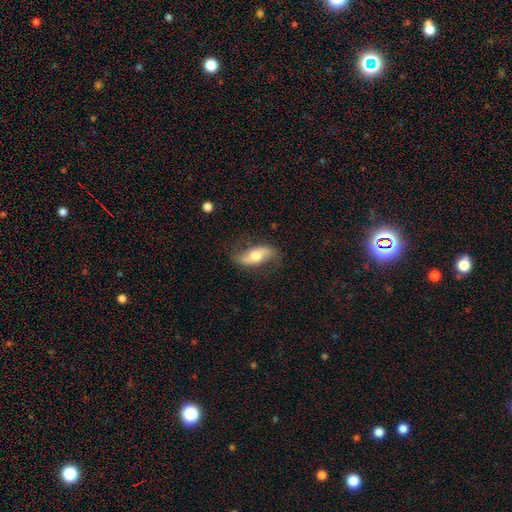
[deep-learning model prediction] The model was most divided on "smooth or featured": featured or disk: 60%, smooth: 33%, star or artifact: 6%. More confident: edge-on disk — no (83%); merging — none (73%).